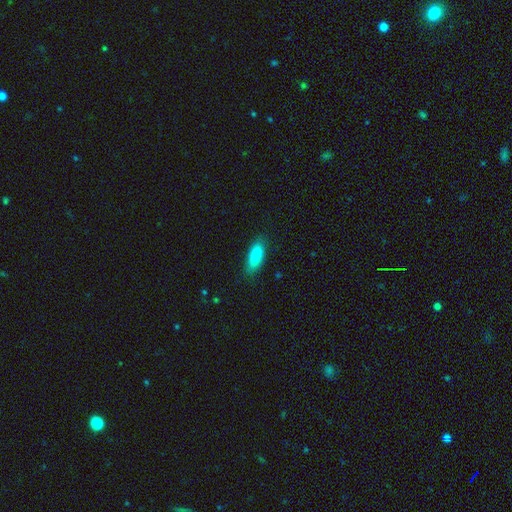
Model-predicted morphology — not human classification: Overall: smooth (83%). How rounded: in between (69%). Merging: none (73%).